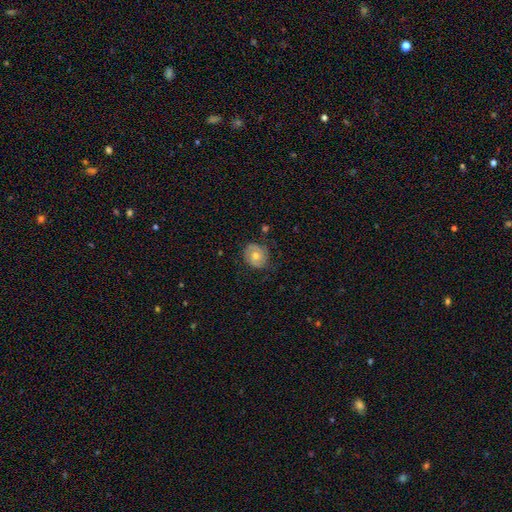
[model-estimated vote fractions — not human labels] Smooth or featured? featured or disk (59%)
Edge-on disk? no (97%)
Bar? no (75%)
Spiral arms? yes (85%)
Bulge size? moderate (66%)
Merging? none (71%)